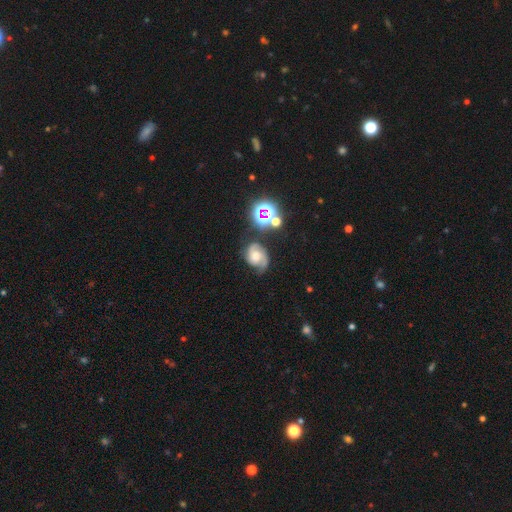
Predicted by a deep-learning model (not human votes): smooth_or_featured: featured or disk (p=0.72) [alt: smooth p=0.16]
disk_edge_on: no (p=0.98) [alt: yes p=0.02]
bar: no (p=0.63) [alt: weak p=0.30]
has_spiral_arms: yes (p=0.94) [alt: no p=0.06]
spiral_winding: medium (p=0.47) [alt: tight p=0.35]
spiral_arm_count: 2 (p=0.77) [alt: 1 p=0.12]
bulge_size: moderate (p=0.54) [alt: small p=0.24]
merging: none (p=0.61) [alt: minor disturbance p=0.23]